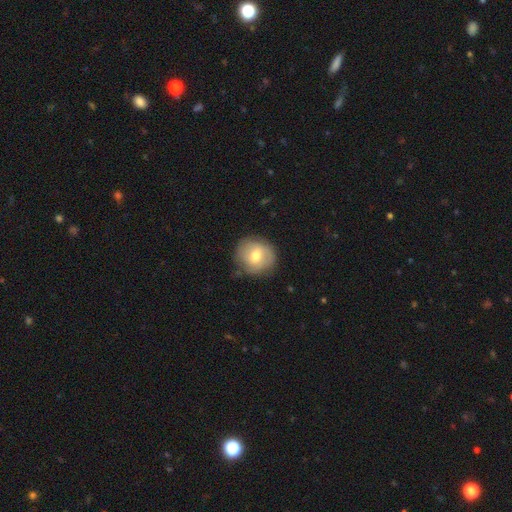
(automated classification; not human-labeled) Smooth or featured? Predicted: smooth (p=0.61). How rounded? Predicted: round (p=0.87). Merging? Predicted: none (p=0.78).